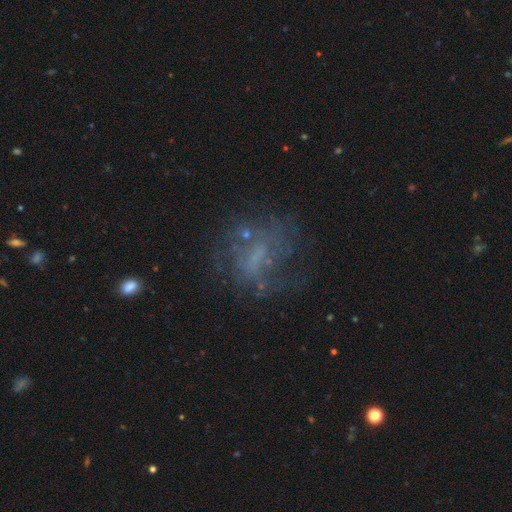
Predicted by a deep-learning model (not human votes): smooth-or-featured: featured or disk: 50% | smooth: 26% | star or artifact: 23%
  disk-edge-on: no: 96% | yes: 4%
  merging: none: 51% | major disturbance: 27% | minor disturbance: 18% | merger: 4%